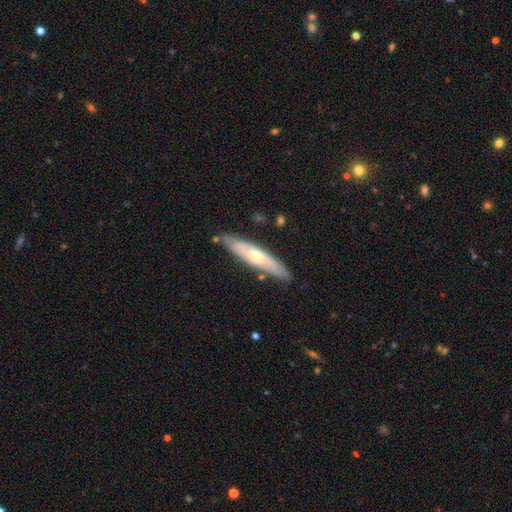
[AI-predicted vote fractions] smooth-or-featured: featured or disk: 54% | smooth: 41% | star or artifact: 6%
  disk-edge-on: yes: 69% | no: 31%
  merging: none: 81% | minor disturbance: 14% | merger: 3% | major disturbance: 2%